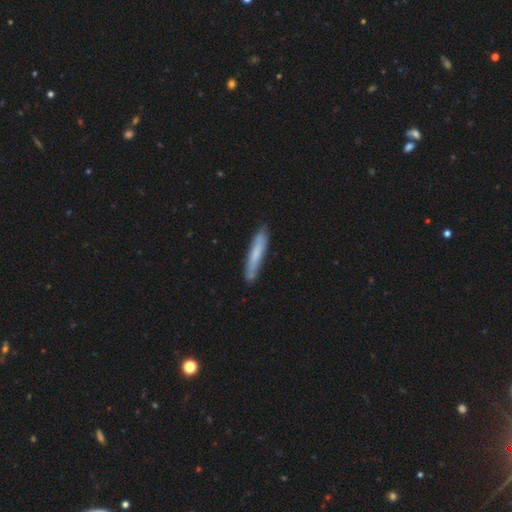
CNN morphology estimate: The model was most divided on "smooth or featured": smooth: 65%, featured or disk: 29%, star or artifact: 6%. More confident: how rounded — cigar-shaped (92%); merging — none (80%).